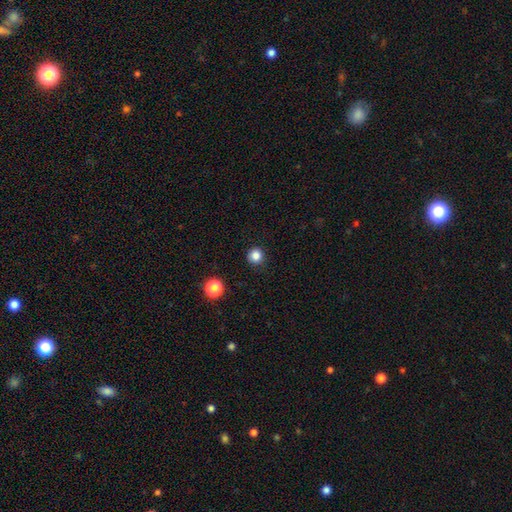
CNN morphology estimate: type=smooth (84%); roundness=round (95%); merging=none (91%).